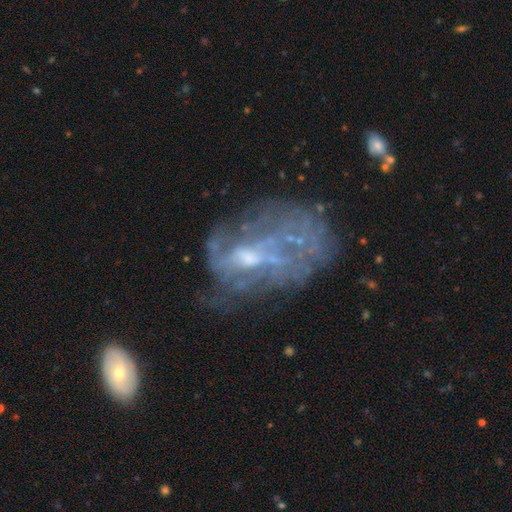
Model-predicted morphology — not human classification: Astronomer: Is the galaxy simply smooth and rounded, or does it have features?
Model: featured or disk — 69%.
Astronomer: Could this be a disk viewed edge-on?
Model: no — 96%.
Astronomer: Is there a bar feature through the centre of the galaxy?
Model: no — 55% (runner-up: weak, 35%).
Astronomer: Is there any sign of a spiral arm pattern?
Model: no — 59% (runner-up: yes, 41%).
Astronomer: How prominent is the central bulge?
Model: small — 42% (runner-up: moderate, 34%).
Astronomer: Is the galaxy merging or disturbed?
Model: major disturbance — 37% (runner-up: none, 35%).